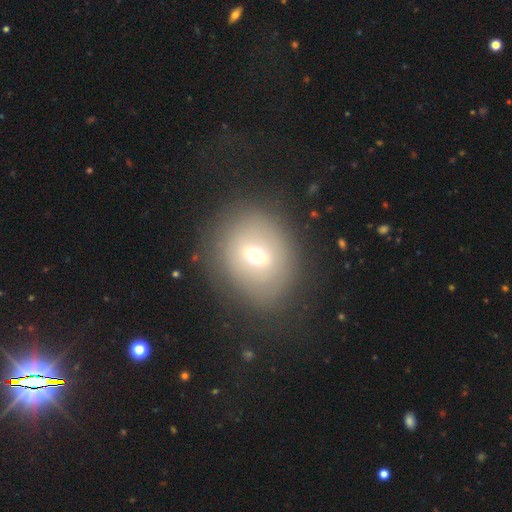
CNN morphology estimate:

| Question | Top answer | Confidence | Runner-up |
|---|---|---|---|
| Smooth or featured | smooth | 53% | featured or disk (33%) |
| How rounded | round | 59% | in between (40%) |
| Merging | none | 78% | minor disturbance (13%) |